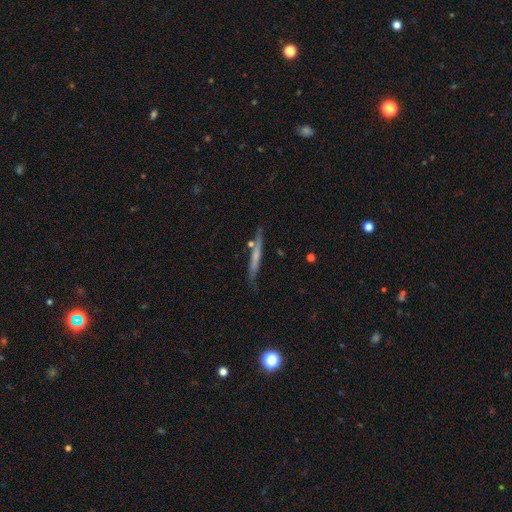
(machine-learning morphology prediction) featured or disk 48%, smooth 45%, star or artifact 7%. Down the decision tree: merging — none (71%).